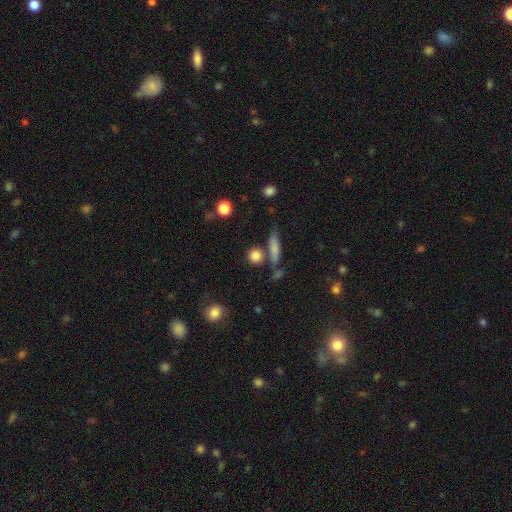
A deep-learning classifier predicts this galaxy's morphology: This appears to be a smooth galaxy with no disk features (83%) that is round (79%). Merging: none (72%).